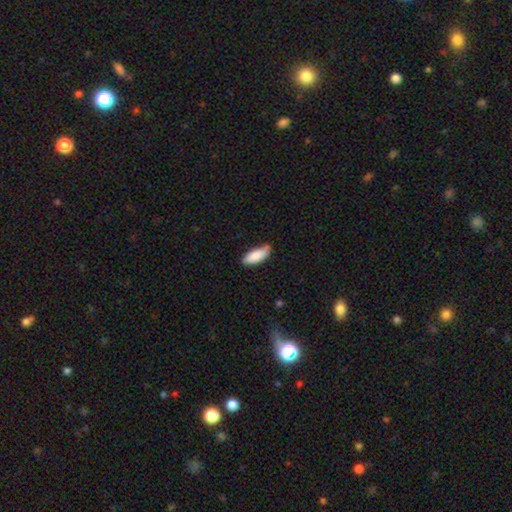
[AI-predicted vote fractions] Q: Smooth or featured?
A: smooth (87%); runner-up: featured or disk (8%)
Q: How rounded?
A: in between (78%); runner-up: cigar-shaped (21%)
Q: Merging?
A: none (67%); runner-up: minor disturbance (27%)